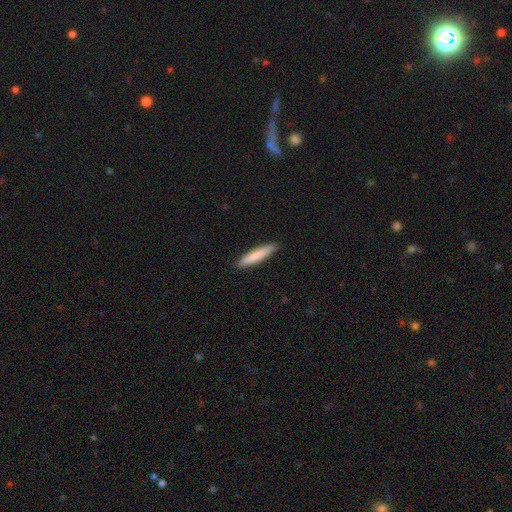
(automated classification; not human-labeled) Overall: smooth (82%). How rounded: cigar-shaped (91%). Merging: none (91%).